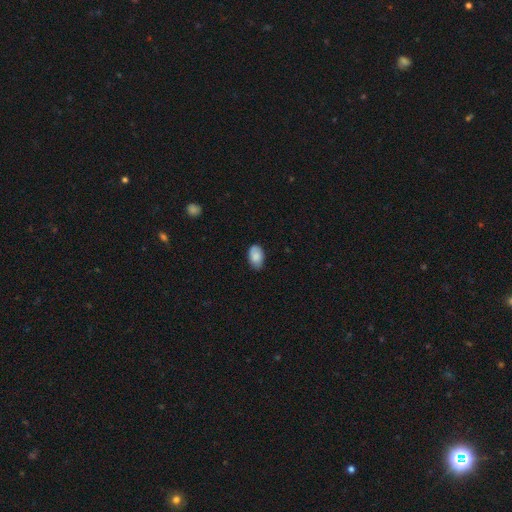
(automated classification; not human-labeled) Smooth or featured? smooth (86%)
How rounded? in between (91%)
Merging? none (77%)